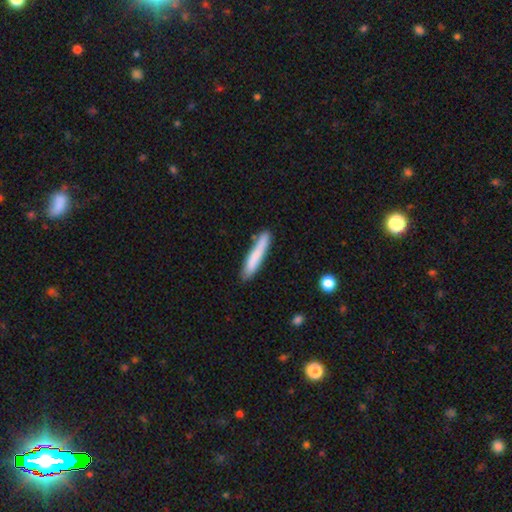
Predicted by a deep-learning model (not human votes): A smooth galaxy with no disk features (78%) that is cigar-shaped (93%). Merging: none (80%).